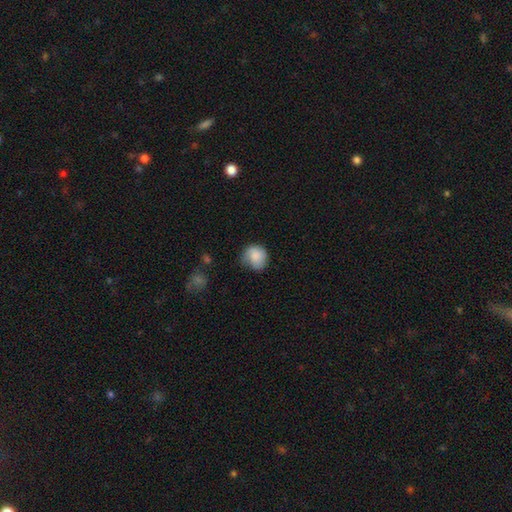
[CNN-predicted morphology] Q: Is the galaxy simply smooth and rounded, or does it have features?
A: smooth — 81%.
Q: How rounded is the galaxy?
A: round — 80%.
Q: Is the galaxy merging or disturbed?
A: none — 54%.